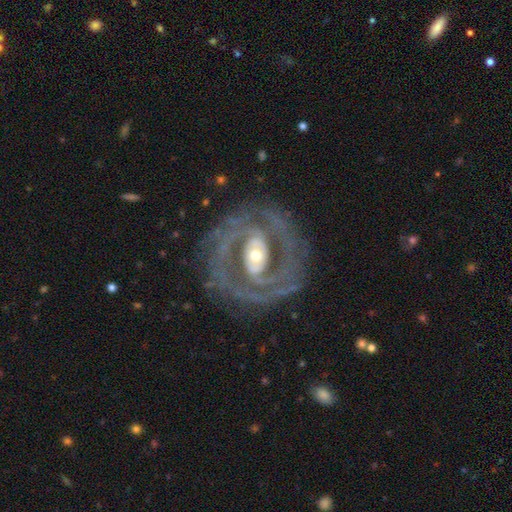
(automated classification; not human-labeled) Q: Smooth or featured?
A: featured or disk (89%); runner-up: smooth (6%)
Q: Edge-on disk?
A: no (97%); runner-up: yes (3%)
Q: Bar?
A: no (41%); runner-up: weak (31%)
Q: Spiral arms?
A: yes (92%); runner-up: no (8%)
Q: Spiral winding?
A: tight (58%); runner-up: medium (34%)
Q: Spiral arm count?
A: 2 (62%); runner-up: can't tell (13%)
Q: Bulge size?
A: moderate (57%); runner-up: small (29%)
Q: Merging?
A: none (77%); runner-up: minor disturbance (13%)